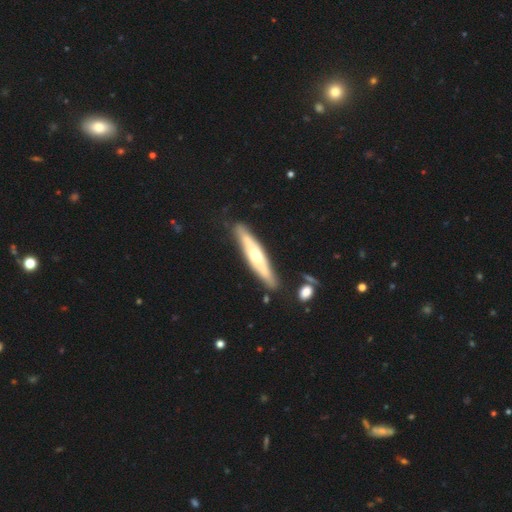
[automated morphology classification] Q: Smooth or featured?
A: featured or disk (59%); runner-up: smooth (36%)
Q: Edge-on disk?
A: yes (83%); runner-up: no (17%)
Q: Merging?
A: none (82%); runner-up: minor disturbance (12%)